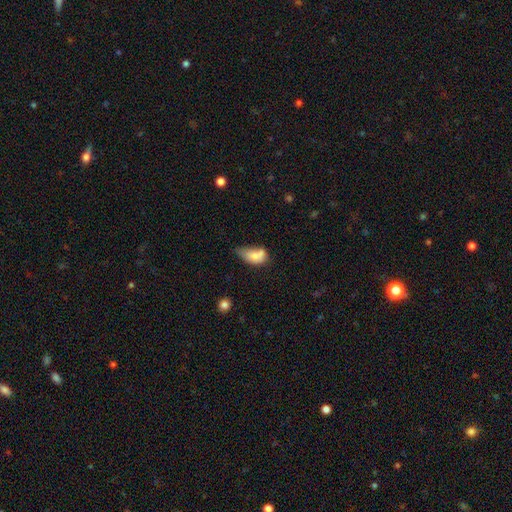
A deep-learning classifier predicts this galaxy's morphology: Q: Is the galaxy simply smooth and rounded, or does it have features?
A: smooth — 75%.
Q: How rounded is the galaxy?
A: in between — 87%.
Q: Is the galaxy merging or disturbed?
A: minor disturbance — 35%.